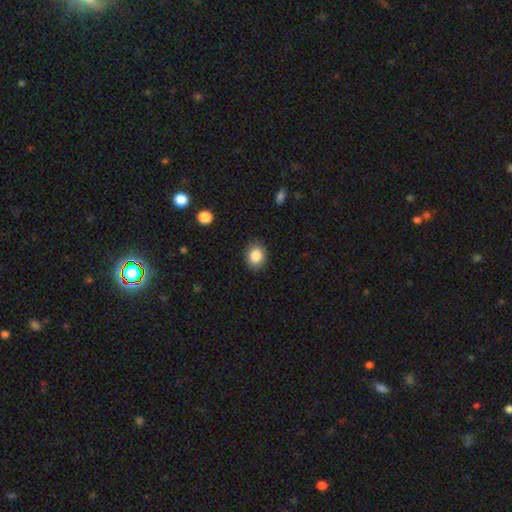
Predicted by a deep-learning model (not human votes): Smooth or featured?
  - smooth: 86% *
  - star or artifact: 8%
  - featured or disk: 6%
How rounded?
  - in between: 53% *
  - round: 46%
  - cigar-shaped: 1%
Merging?
  - none: 83% *
  - minor disturbance: 13%
  - major disturbance: 3%
  - merger: 1%